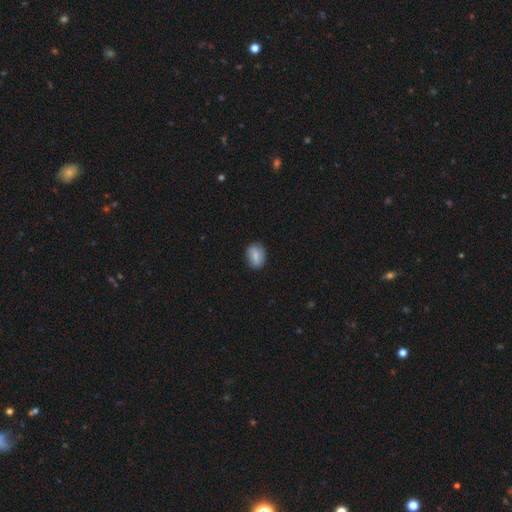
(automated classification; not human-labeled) smooth-or-featured: smooth: 79% | featured or disk: 13% | star or artifact: 8%
  how-rounded: in between: 73% | round: 25% | cigar-shaped: 2%
  merging: none: 78% | minor disturbance: 17% | major disturbance: 4% | merger: 1%